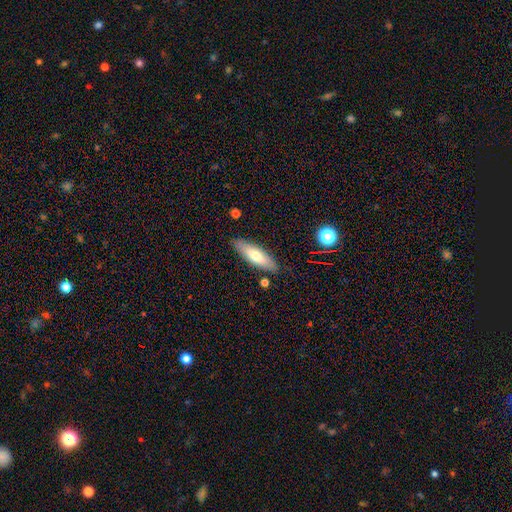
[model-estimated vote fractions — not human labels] Smooth or featured?
  - smooth: 66% *
  - featured or disk: 27%
  - star or artifact: 6%
How rounded?
  - cigar-shaped: 52% *
  - in between: 46%
  - round: 2%
Merging?
  - none: 85% *
  - minor disturbance: 11%
  - major disturbance: 2%
  - merger: 2%